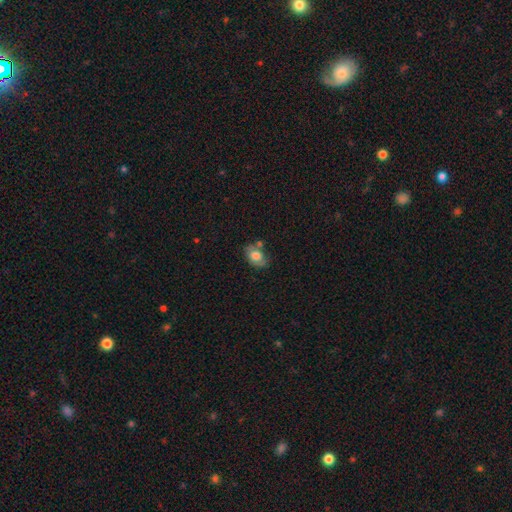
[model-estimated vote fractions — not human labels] Morphology: type=smooth (71%); roundness=in between (81%); merging=none (54%).